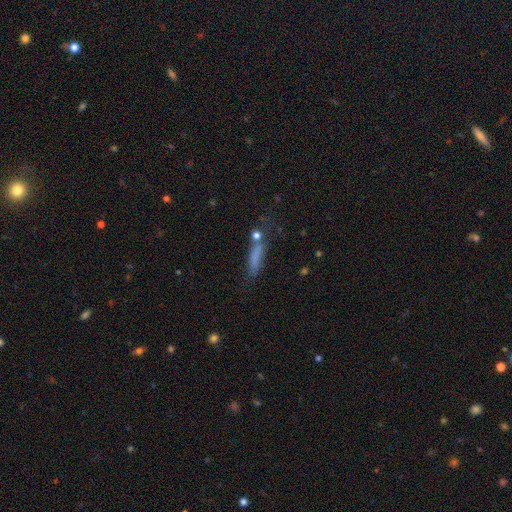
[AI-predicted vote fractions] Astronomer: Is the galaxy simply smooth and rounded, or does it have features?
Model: smooth — 69%.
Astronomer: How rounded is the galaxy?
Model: cigar-shaped — 76%.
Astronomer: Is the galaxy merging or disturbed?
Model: none — 56%.